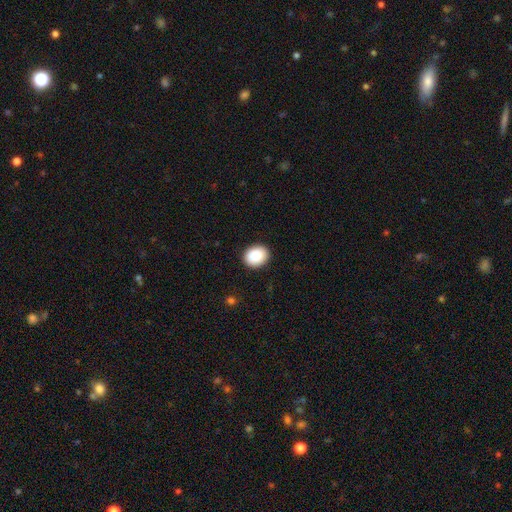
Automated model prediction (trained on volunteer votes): A smooth galaxy with no disk features (89%) that is in between round and cigar-shaped (51%). Merging: none (90%).